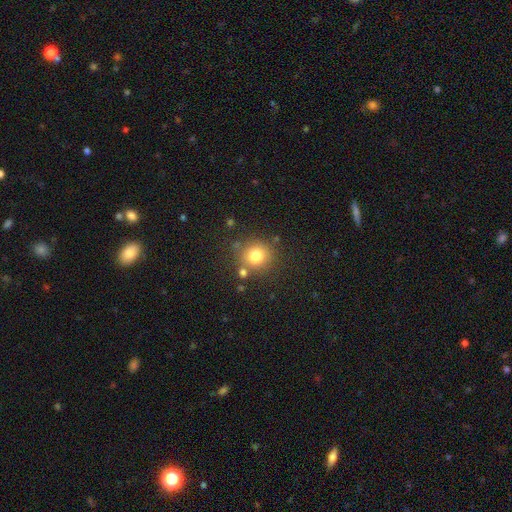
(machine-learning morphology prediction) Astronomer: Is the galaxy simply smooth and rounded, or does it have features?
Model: smooth — 78%.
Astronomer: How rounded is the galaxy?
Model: round — 89%.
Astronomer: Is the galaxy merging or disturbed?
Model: none — 78%.